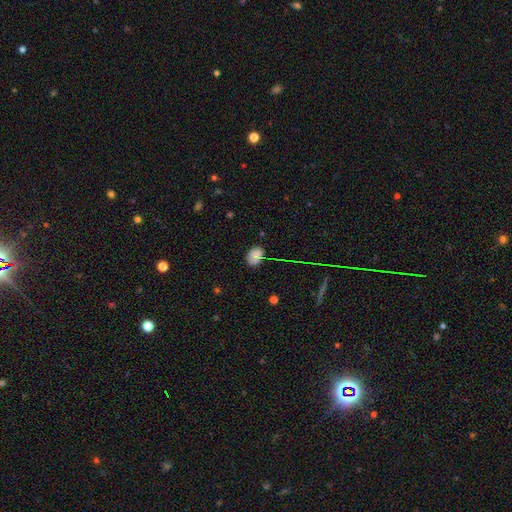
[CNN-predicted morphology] This appears to be a smooth galaxy with no disk features (76%) that is in between round and cigar-shaped (75%). Merging: none (74%).